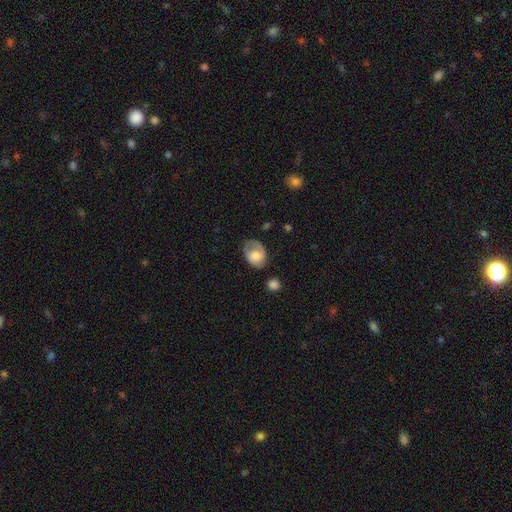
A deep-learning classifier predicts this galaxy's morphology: This is possibly a smooth galaxy (54%). How rounded: likely in between (72%). Merging: possibly none (58%).